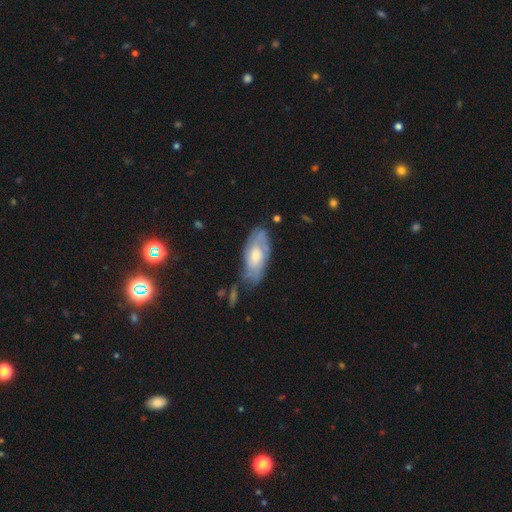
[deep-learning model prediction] This is possibly a featured or disk galaxy (58%). It is clearly not viewed edge-on (88%). Bar: likely no (70%). Spiral arm pattern: likely yes (77%). Central bulge: possibly moderate (59%). Merging: likely none (62%).